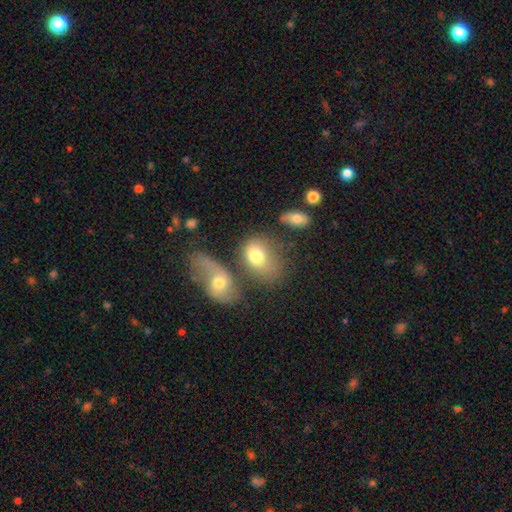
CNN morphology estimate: A smooth galaxy with no disk features (70%) that is in between round and cigar-shaped (70%).

Vote fractions:
- Smooth or featured? smooth: 70% / featured or disk: 20% / star or artifact: 10%
- How rounded? in between: 70% / round: 29% / cigar-shaped: 1%
- Merging? merger: 45% / none: 29% / minor disturbance: 13% / major disturbance: 12%